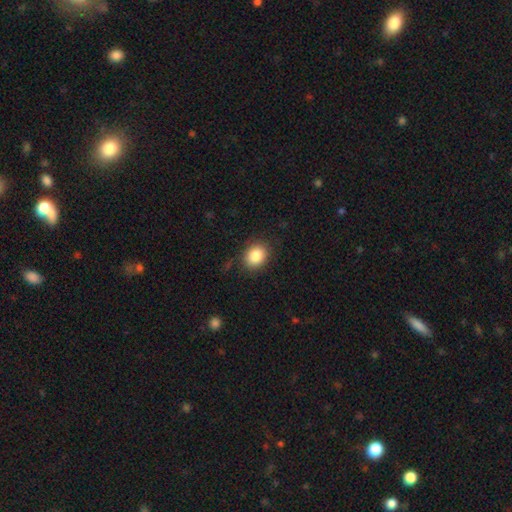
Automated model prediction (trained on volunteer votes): Smooth or featured? Predicted: smooth (p=0.86). How rounded? Predicted: round (p=0.52). Merging? Predicted: none (p=0.83).